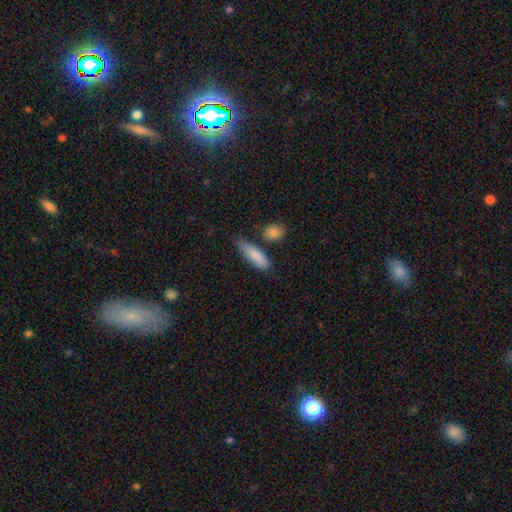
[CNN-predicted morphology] smooth-or-featured: smooth: 85% | featured or disk: 10% | star or artifact: 6%
  how-rounded: cigar-shaped: 52% | in between: 46% | round: 3%
  merging: none: 68% | minor disturbance: 20% | merger: 8% | major disturbance: 5%